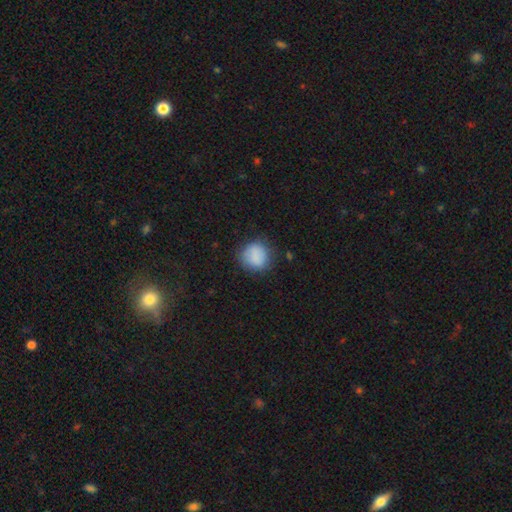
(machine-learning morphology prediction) Q: Smooth or featured?
A: smooth (86%); runner-up: star or artifact (8%)
Q: How rounded?
A: round (84%); runner-up: in between (15%)
Q: Merging?
A: none (78%); runner-up: minor disturbance (16%)